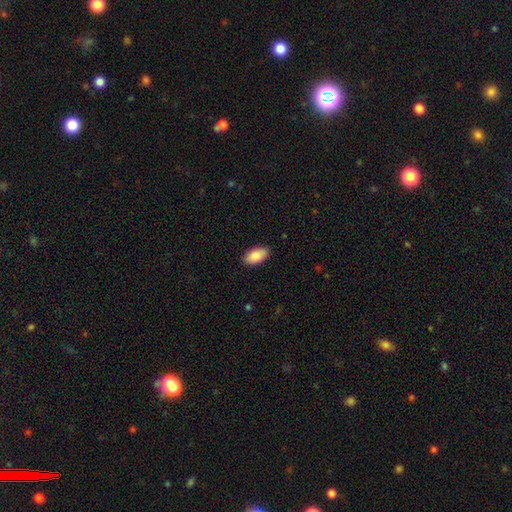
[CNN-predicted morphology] smooth-or-featured: smooth: 88% | star or artifact: 6% | featured or disk: 6%
  how-rounded: in between: 95% | cigar-shaped: 3% | round: 2%
  merging: none: 88% | minor disturbance: 9% | major disturbance: 2% | merger: 1%